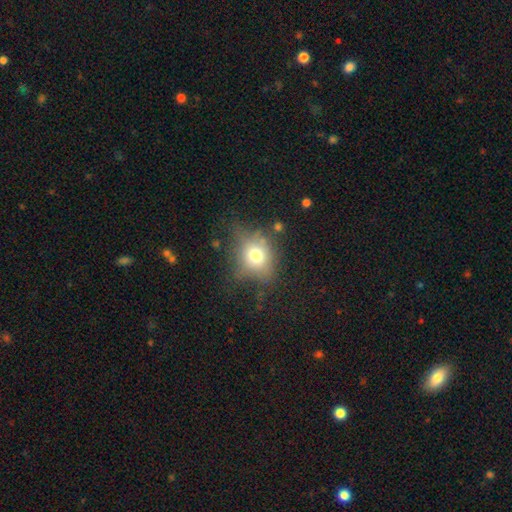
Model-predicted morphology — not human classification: Q: Smooth or featured?
A: smooth (65%); runner-up: featured or disk (20%)
Q: How rounded?
A: round (64%); runner-up: in between (34%)
Q: Merging?
A: none (58%); runner-up: minor disturbance (25%)